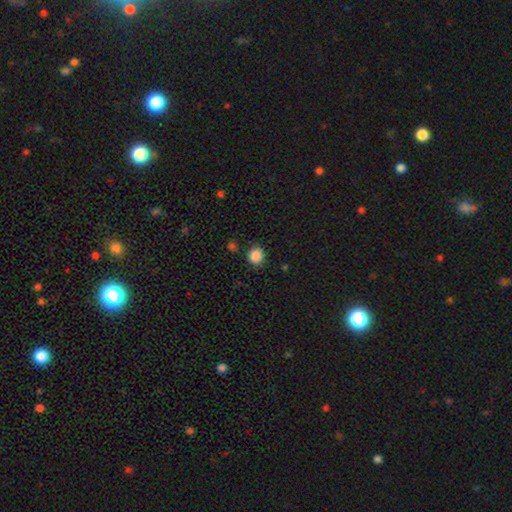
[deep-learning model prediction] This appears to be a smooth galaxy with no disk features (87%) that is round (88%). Merging: none (87%).